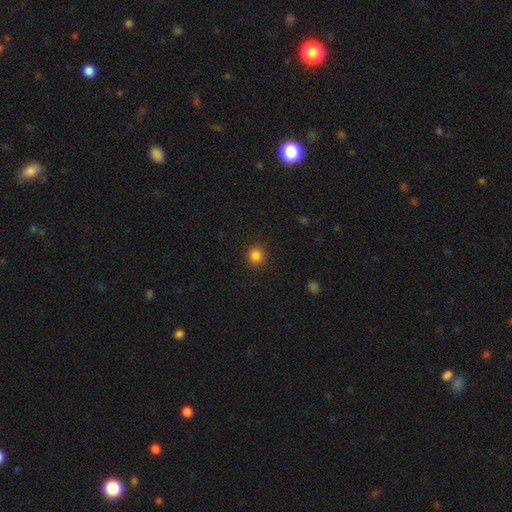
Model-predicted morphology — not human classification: smooth-or-featured: smooth: 85% | star or artifact: 12% | featured or disk: 3%
  how-rounded: round: 92% | in between: 7% | cigar-shaped: 1%
  merging: none: 90% | minor disturbance: 7% | major disturbance: 2% | merger: 1%